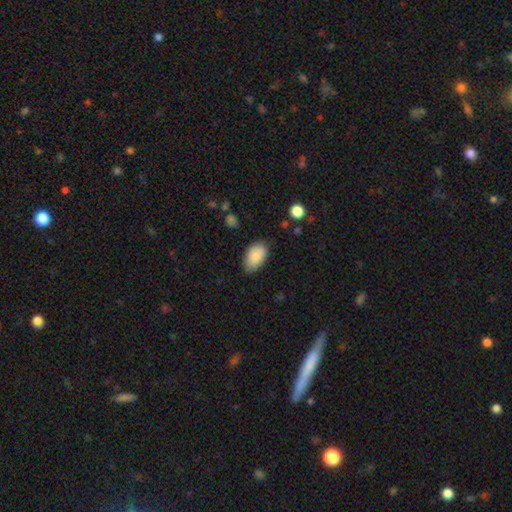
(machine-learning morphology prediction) type=smooth (88%); roundness=in between (93%); merging=none (74%).